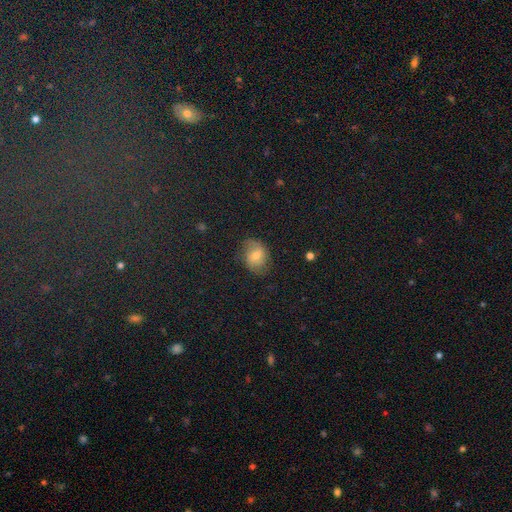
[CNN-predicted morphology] smooth_or_featured: smooth (p=0.46) [alt: featured or disk p=0.41]
merging: none (p=0.71) [alt: minor disturbance p=0.20]